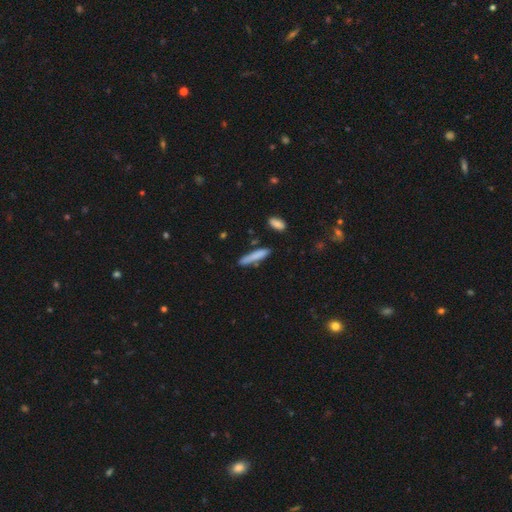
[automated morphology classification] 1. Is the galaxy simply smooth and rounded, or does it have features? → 81% smooth, 13% featured or disk, 6% star or artifact.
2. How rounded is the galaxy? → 89% cigar-shaped, 10% in between, 2% round.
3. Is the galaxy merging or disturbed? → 78% none, 14% minor disturbance, 5% merger, 3% major disturbance.